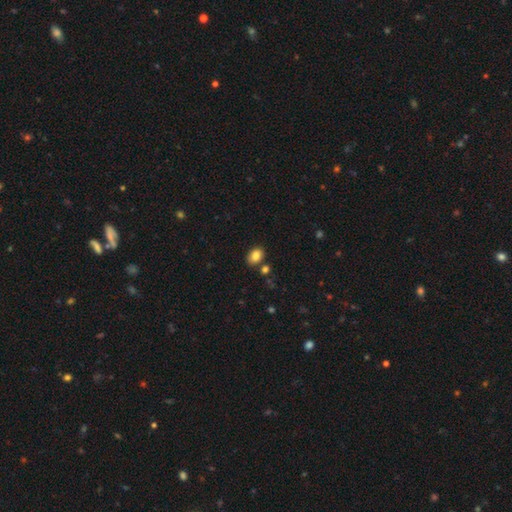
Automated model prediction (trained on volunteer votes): Smooth or featured? smooth (84%)
How rounded? in between (77%)
Merging? none (79%)